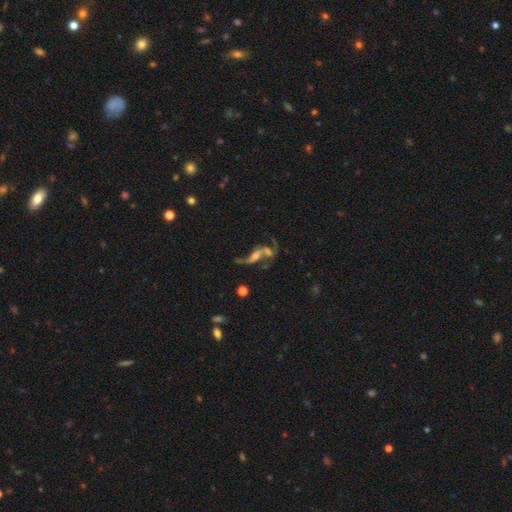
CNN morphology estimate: smooth-or-featured: featured or disk: 67% | smooth: 20% | star or artifact: 13%
  disk-edge-on: no: 86% | yes: 14%
    bar: no: 56% | weak: 30% | strong: 14%
    has-spiral-arms: yes: 74% | no: 26%
    bulge-size: moderate: 35% | small: 30% | none: 22% | large: 10% | dominant: 3%
  merging: merger: 48% | none: 24% | major disturbance: 18% | minor disturbance: 10%